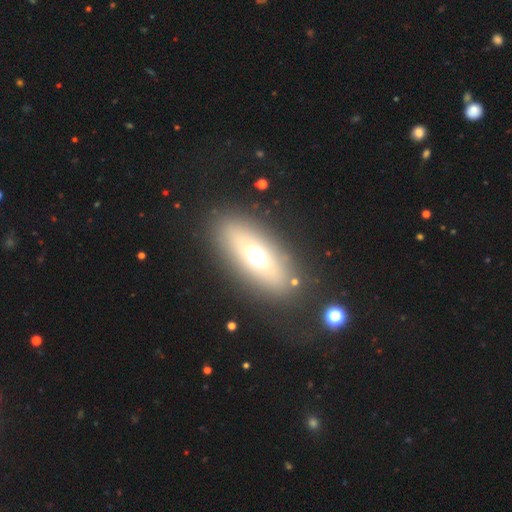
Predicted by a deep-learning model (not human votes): Smooth or featured? Predicted: smooth (p=0.47). Merging? Predicted: none (p=0.78).